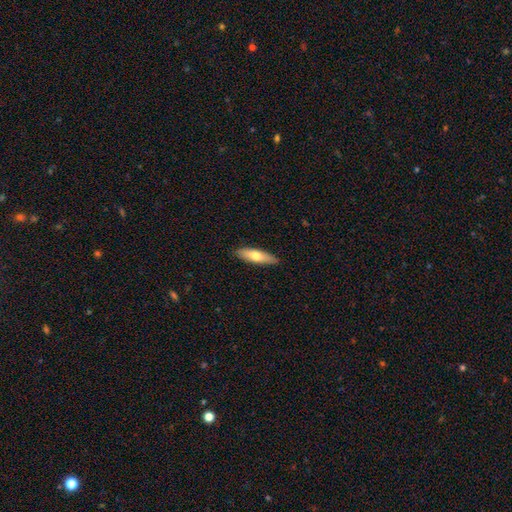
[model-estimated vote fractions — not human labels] Smooth or featured? Predicted: smooth (p=0.65). How rounded? Predicted: cigar-shaped (p=0.58). Merging? Predicted: none (p=0.88).